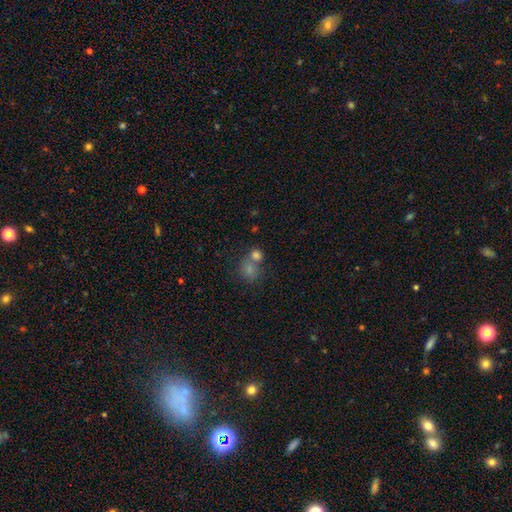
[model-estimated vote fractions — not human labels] Smooth or featured?
  - smooth: 77% *
  - star or artifact: 13%
  - featured or disk: 10%
How rounded?
  - round: 74% *
  - in between: 25%
  - cigar-shaped: 1%
Merging?
  - merger: 47% *
  - none: 41%
  - minor disturbance: 8%
  - major disturbance: 4%